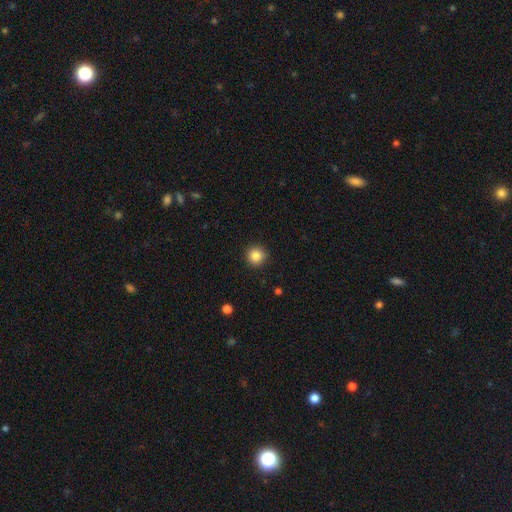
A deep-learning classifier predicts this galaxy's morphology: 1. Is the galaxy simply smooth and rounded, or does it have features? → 85% smooth, 10% star or artifact, 4% featured or disk.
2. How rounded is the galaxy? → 95% round, 4% in between, 1% cigar-shaped.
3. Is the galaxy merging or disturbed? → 92% none, 5% minor disturbance, 2% major disturbance, 1% merger.